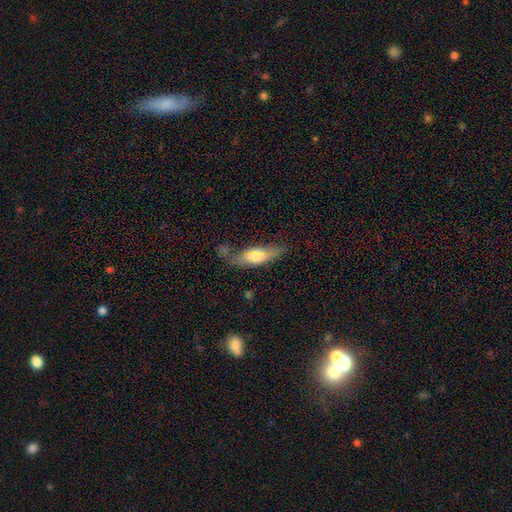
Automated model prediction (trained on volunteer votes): This appears to be a smooth galaxy with no disk features (52%) that is in between round and cigar-shaped (51%). Merging: none (70%).